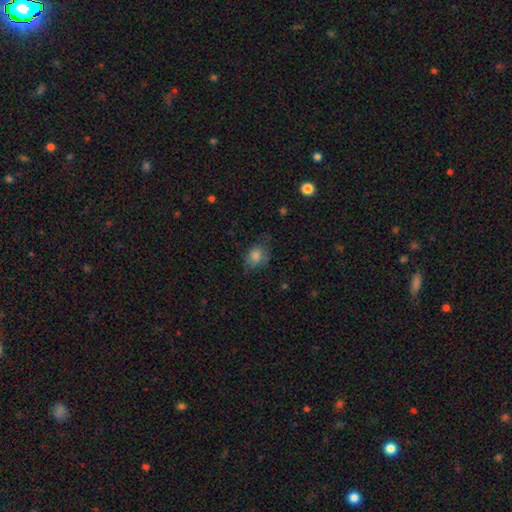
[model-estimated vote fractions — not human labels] Q: Smooth or featured?
A: smooth (80%); runner-up: star or artifact (10%)
Q: How rounded?
A: in between (57%); runner-up: round (42%)
Q: Merging?
A: none (64%); runner-up: minor disturbance (25%)